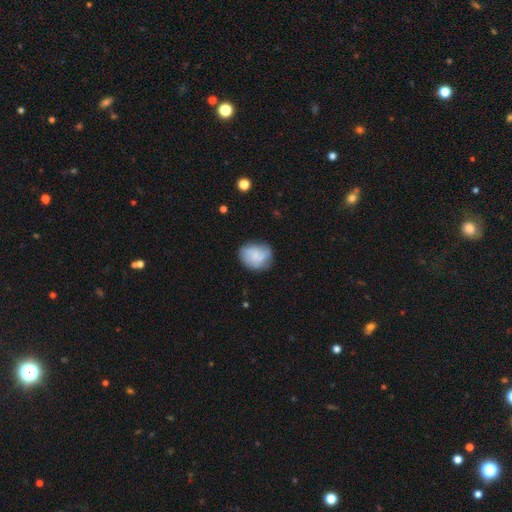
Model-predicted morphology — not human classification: Smooth or featured: smooth — 69% (featured or disk — 23%)
How rounded: round — 54% (in between — 45%)
Merging: none — 59% (minor disturbance — 28%)